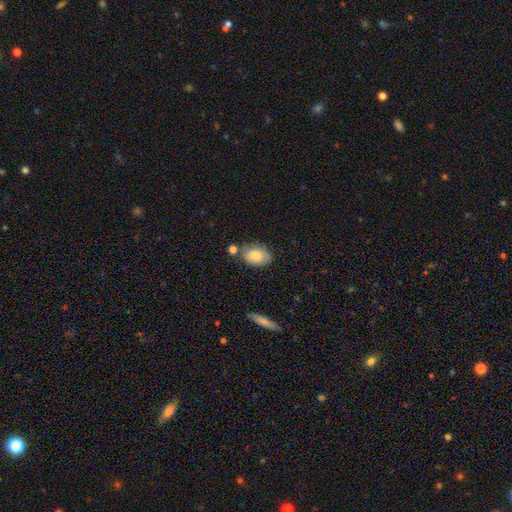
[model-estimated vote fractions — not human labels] Smooth or featured? smooth (80%)
How rounded? in between (83%)
Merging? none (65%)